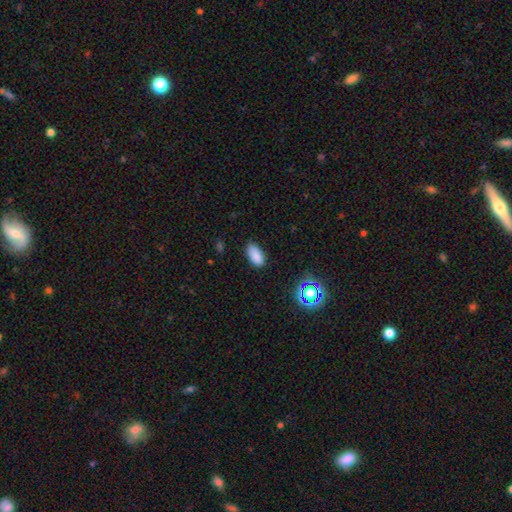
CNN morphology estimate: smooth-or-featured: smooth: 84% | star or artifact: 11% | featured or disk: 5%
  how-rounded: in between: 92% | cigar-shaped: 4% | round: 3%
  merging: none: 78% | minor disturbance: 17% | major disturbance: 3% | merger: 1%